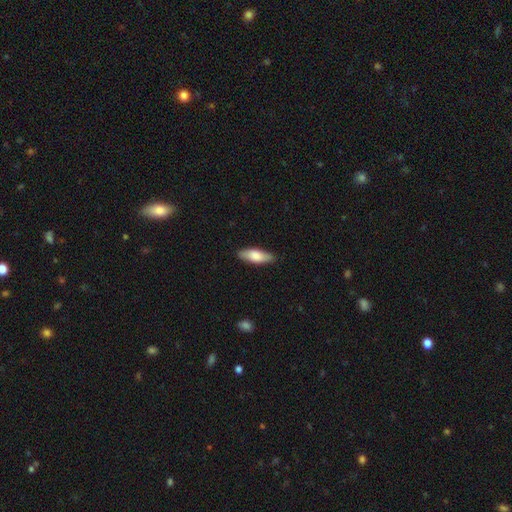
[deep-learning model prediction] Q: Smooth or featured?
A: smooth (77%); runner-up: featured or disk (18%)
Q: How rounded?
A: in between (64%); runner-up: cigar-shaped (34%)
Q: Merging?
A: none (87%); runner-up: minor disturbance (10%)